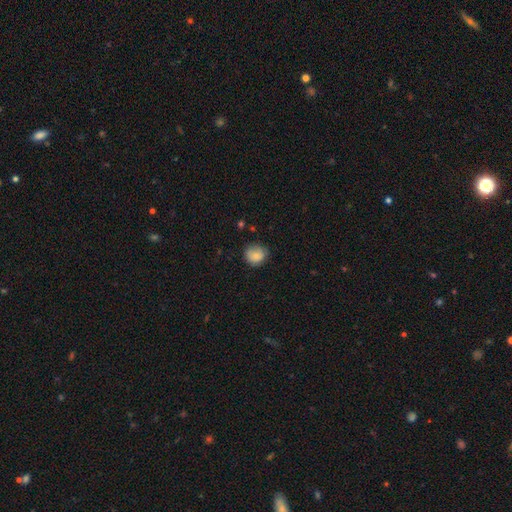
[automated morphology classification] Smooth or featured? Predicted: smooth (p=0.82). How rounded? Predicted: round (p=0.77). Merging? Predicted: none (p=0.72).